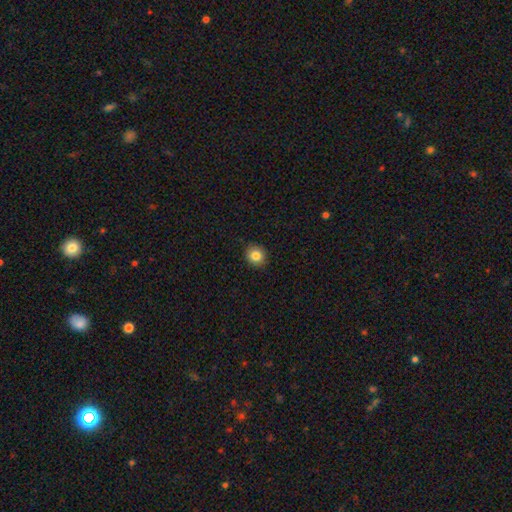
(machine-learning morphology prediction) This is clearly a smooth galaxy (85%). How rounded: clearly round (86%). Merging: clearly none (91%).